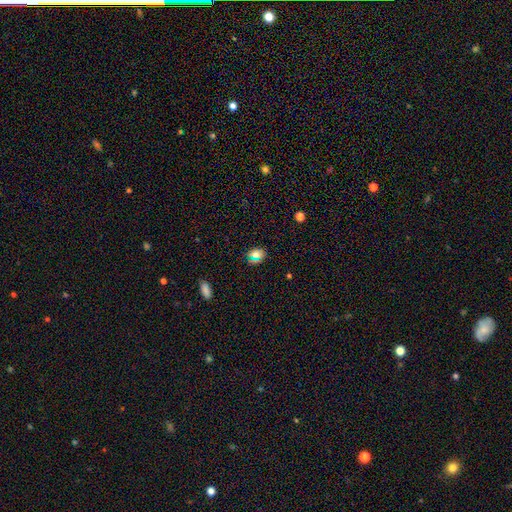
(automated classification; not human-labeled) smooth-or-featured: smooth: 64% | star or artifact: 25% | featured or disk: 10%
  how-rounded: round: 50% | in between: 48% | cigar-shaped: 3%
  merging: none: 83% | minor disturbance: 11% | major disturbance: 4% | merger: 2%